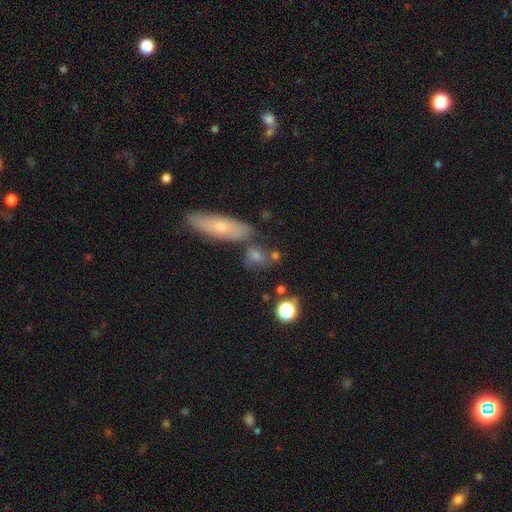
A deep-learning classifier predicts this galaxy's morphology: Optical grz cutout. It shows a smooth galaxy with no disk features (63%) that is round (43%). Merging: none (59%).